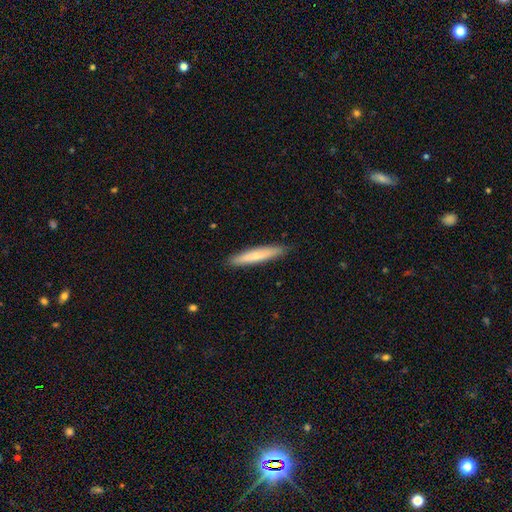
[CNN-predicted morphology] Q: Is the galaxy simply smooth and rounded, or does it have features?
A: smooth — 67%.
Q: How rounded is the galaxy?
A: cigar-shaped — 91%.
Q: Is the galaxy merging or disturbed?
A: none — 89%.